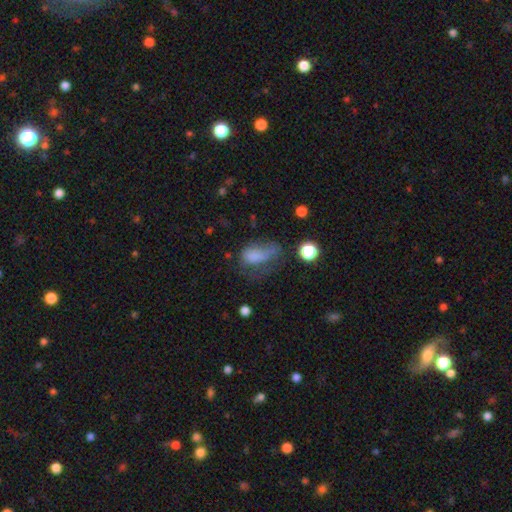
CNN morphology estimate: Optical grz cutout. It shows a smooth galaxy with no disk features (69%) that is in between round and cigar-shaped (83%). Merging: major disturbance (43%).